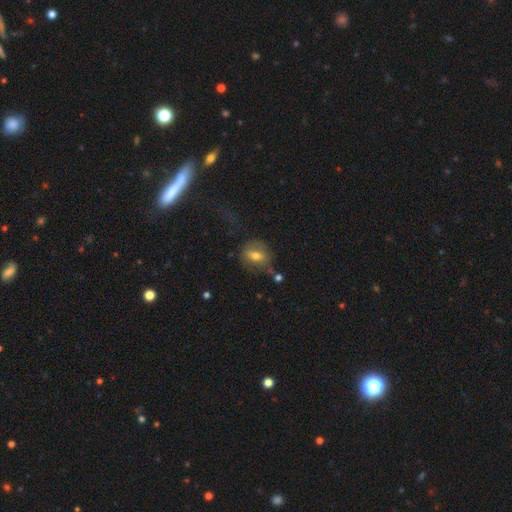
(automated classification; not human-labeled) Smooth or featured?
  - smooth: 62% *
  - featured or disk: 28%
  - star or artifact: 10%
How rounded?
  - round: 55% *
  - in between: 43%
  - cigar-shaped: 2%
Merging?
  - none: 56% *
  - minor disturbance: 23%
  - major disturbance: 15%
  - merger: 6%